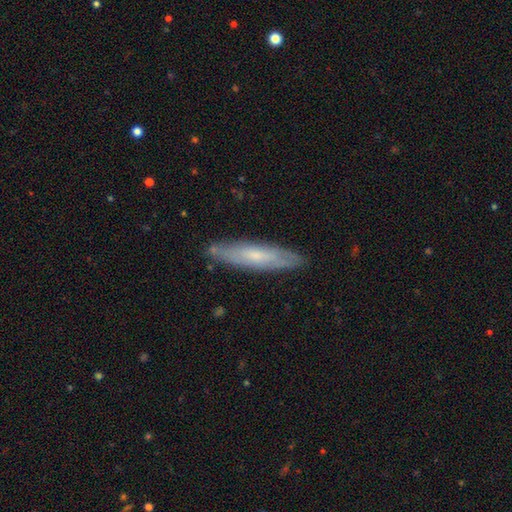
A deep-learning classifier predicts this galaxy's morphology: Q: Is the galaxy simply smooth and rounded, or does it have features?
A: featured or disk — 48%.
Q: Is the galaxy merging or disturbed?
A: none — 84%.